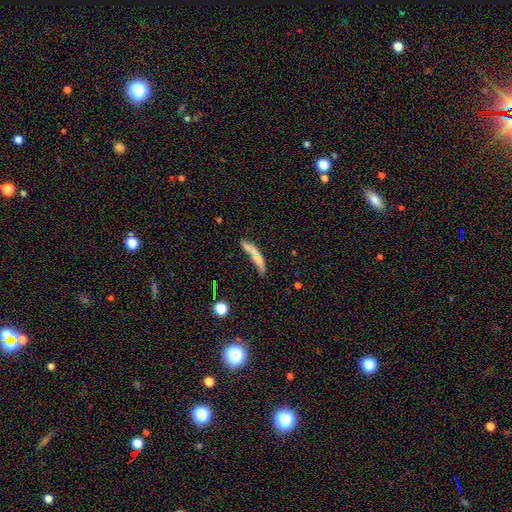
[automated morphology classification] Overall: smooth (59%; featured or disk 30%). How rounded: cigar-shaped (79%). Merging: none (35%; merger 30%).